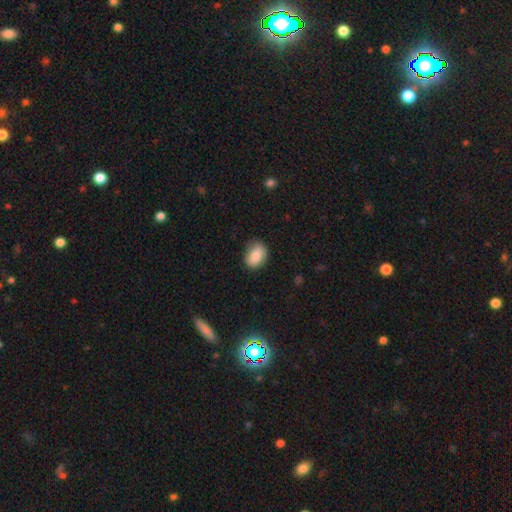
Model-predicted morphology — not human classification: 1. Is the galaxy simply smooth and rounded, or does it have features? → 84% smooth, 9% featured or disk, 7% star or artifact.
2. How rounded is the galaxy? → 65% in between, 34% round, 1% cigar-shaped.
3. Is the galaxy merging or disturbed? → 78% none, 18% minor disturbance, 4% major disturbance, 1% merger.